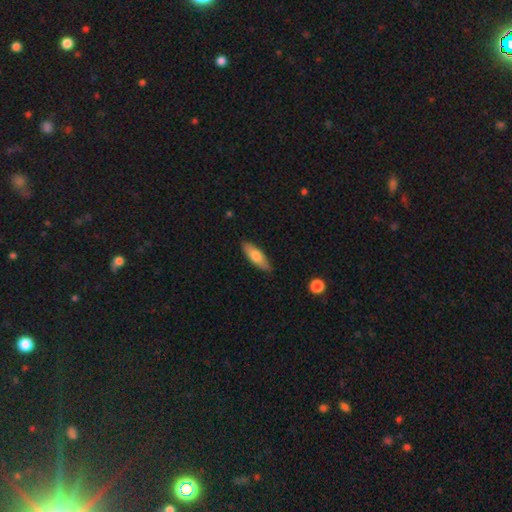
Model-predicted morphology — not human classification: This appears to be a smooth galaxy with no disk features (71%) that is in between round and cigar-shaped (57%). Merging: none (87%).